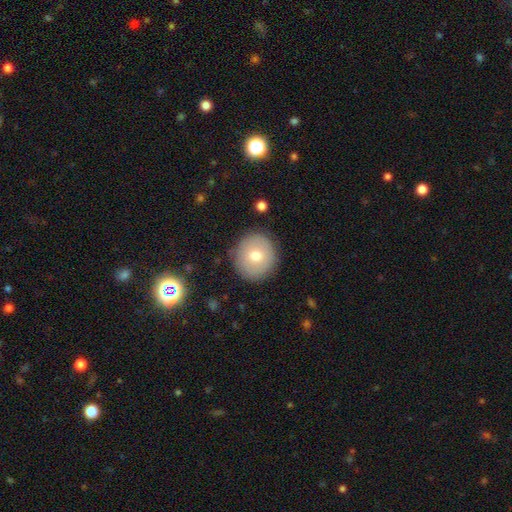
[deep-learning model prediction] Smooth or featured? smooth (71%)
How rounded? round (92%)
Merging? none (88%)